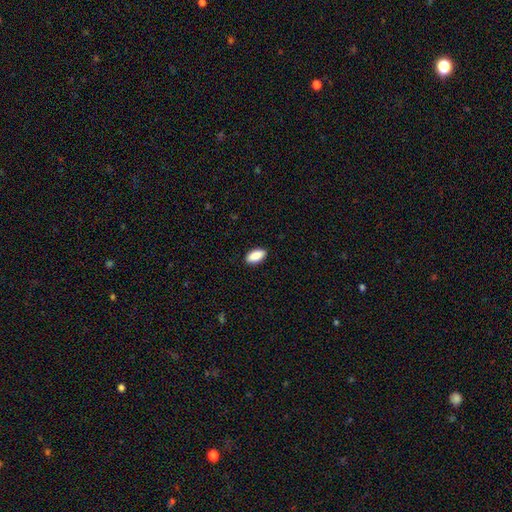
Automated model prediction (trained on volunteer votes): smooth 90%, star or artifact 6%, featured or disk 4%. Down the decision tree: how rounded — in between (92%); merging — none (89%).